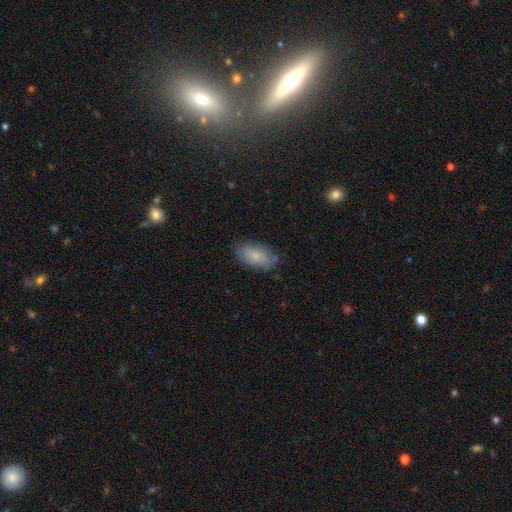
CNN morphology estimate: type=smooth (77%); roundness=in between (92%); merging=none (80%).